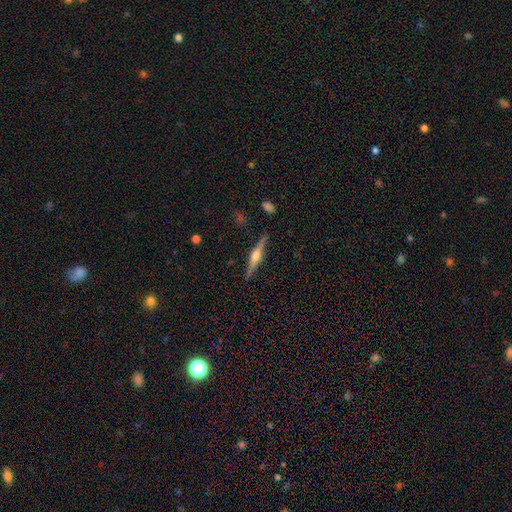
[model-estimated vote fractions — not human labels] Smooth or featured: featured or disk — 77% (smooth — 17%)
Edge-on disk: yes — 98% (no — 2%)
Edge-on bulge: rounded — 89% (boxy — 8%)
Merging: none — 90% (minor disturbance — 7%)